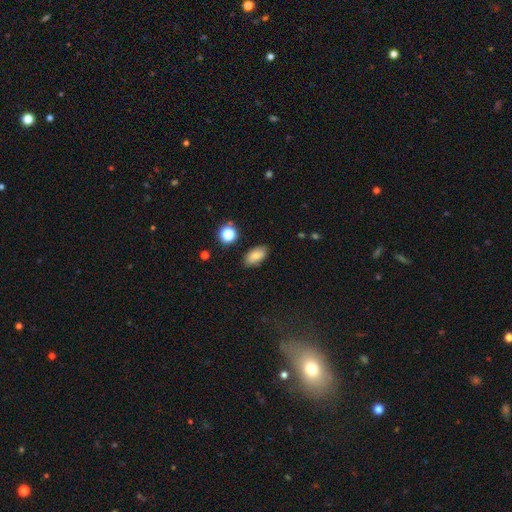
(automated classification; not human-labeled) Smooth or featured?
  - smooth: 78% *
  - featured or disk: 12%
  - star or artifact: 10%
How rounded?
  - in between: 91% *
  - round: 6%
  - cigar-shaped: 3%
Merging?
  - none: 82% *
  - minor disturbance: 14%
  - major disturbance: 3%
  - merger: 2%